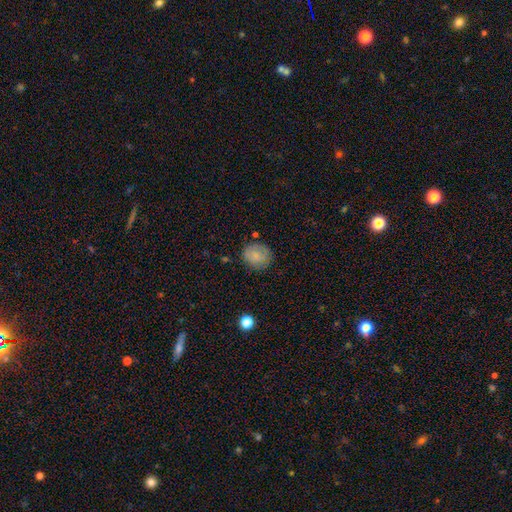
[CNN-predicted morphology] This appears to be a smooth galaxy with no disk features (75%) that is round (77%). Merging: none (77%).